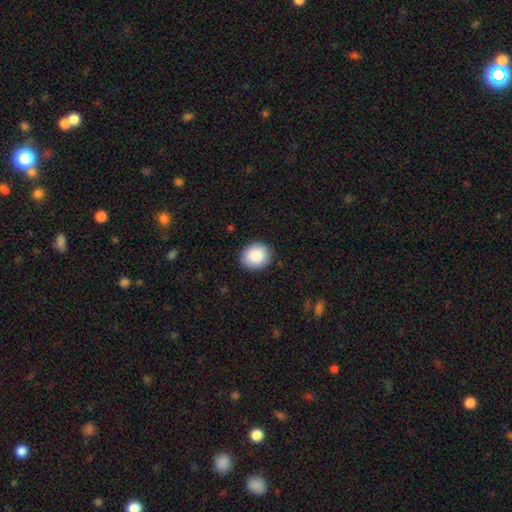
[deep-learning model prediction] smooth 87%, star or artifact 7%, featured or disk 5%. Down the decision tree: how rounded — round (75%); merging — none (90%).